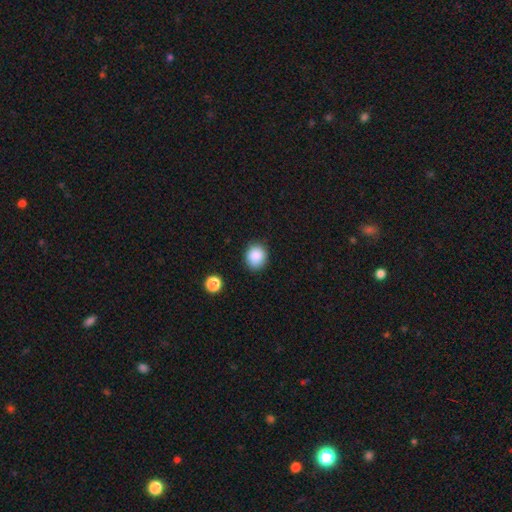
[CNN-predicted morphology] Smooth or featured? smooth (88%)
How rounded? round (71%)
Merging? none (87%)